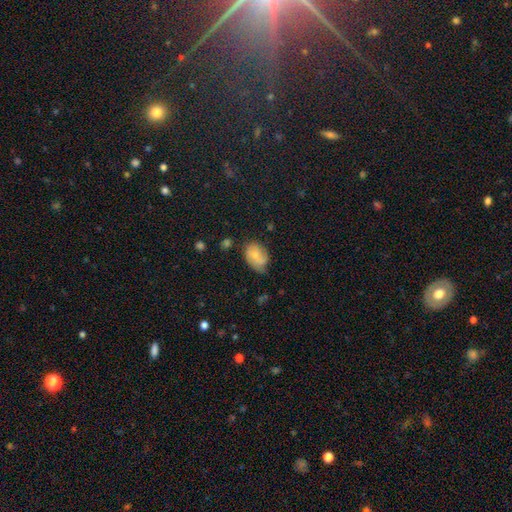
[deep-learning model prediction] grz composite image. It shows a smooth galaxy with no disk features (59%) that is in between round and cigar-shaped (78%). Merging: none (49%).